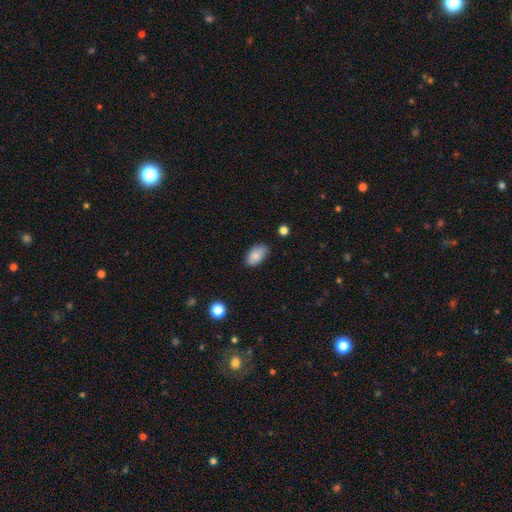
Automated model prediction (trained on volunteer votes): This appears to be a smooth galaxy with no disk features (85%) that is in between round and cigar-shaped (93%). Merging: none (80%).